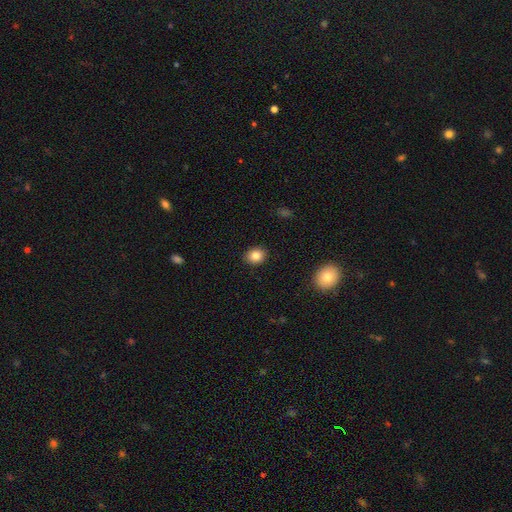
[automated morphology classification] smooth 83%, star or artifact 10%, featured or disk 8%. Down the decision tree: how rounded — round (60%); merging — none (90%).